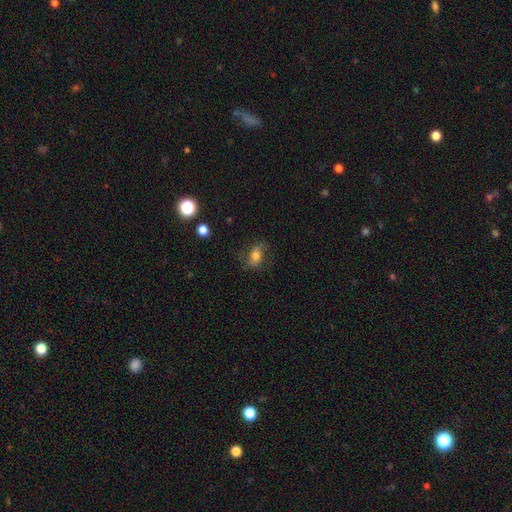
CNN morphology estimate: type=smooth (61%); roundness=in between (77%); merging=none (68%).